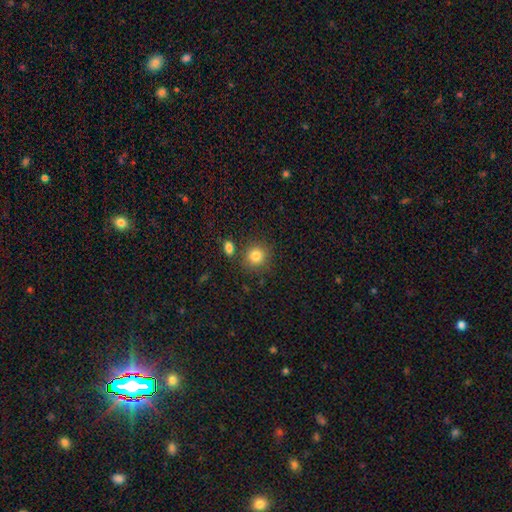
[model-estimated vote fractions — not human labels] Morphology: type=smooth (83%); roundness=round (87%); merging=none (77%).